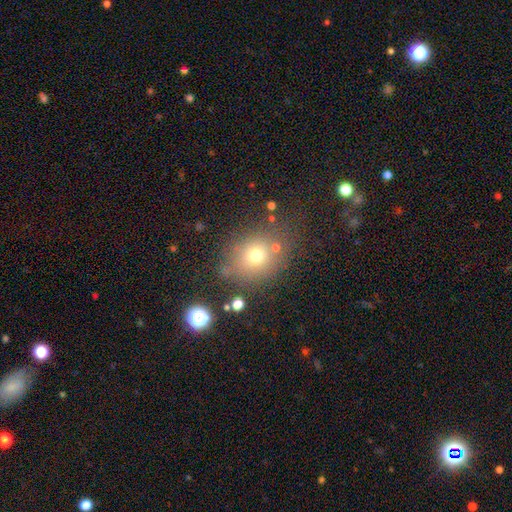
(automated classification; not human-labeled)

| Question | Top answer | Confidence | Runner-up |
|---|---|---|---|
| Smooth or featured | smooth | 68% | star or artifact (18%) |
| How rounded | round | 65% | in between (33%) |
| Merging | none | 70% | minor disturbance (15%) |